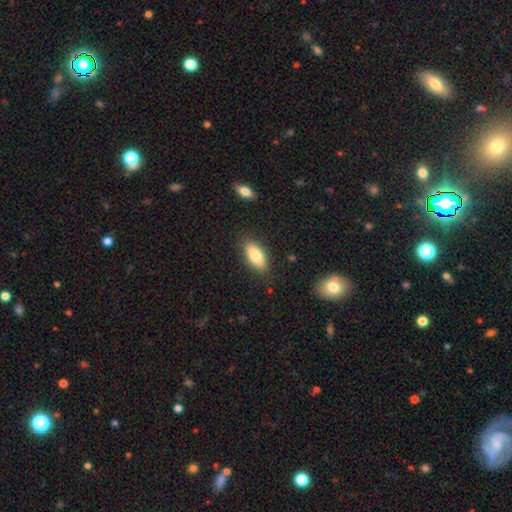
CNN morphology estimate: Overall: smooth (81%). How rounded: in between (85%). Merging: none (84%).